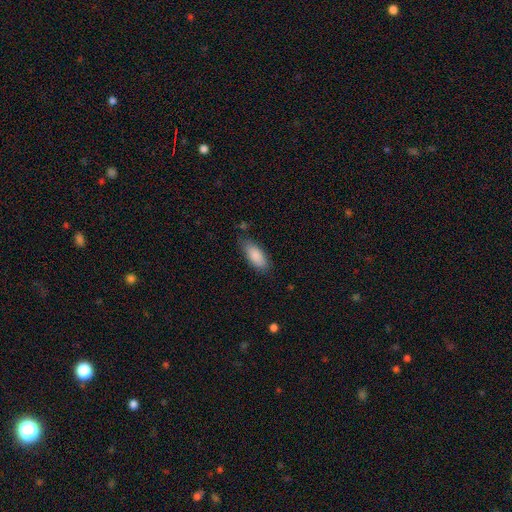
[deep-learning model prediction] Smooth or featured? Predicted: smooth (p=0.88). How rounded? Predicted: in between (p=0.81). Merging? Predicted: none (p=0.77).